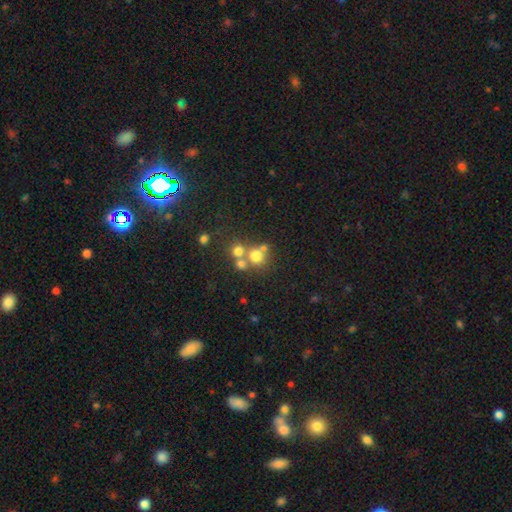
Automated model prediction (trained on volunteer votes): smooth_or_featured: smooth (p=0.67) [alt: star or artifact p=0.17]
how_rounded: round (p=0.86) [alt: in between p=0.13]
merging: none (p=0.47) [alt: merger p=0.41]